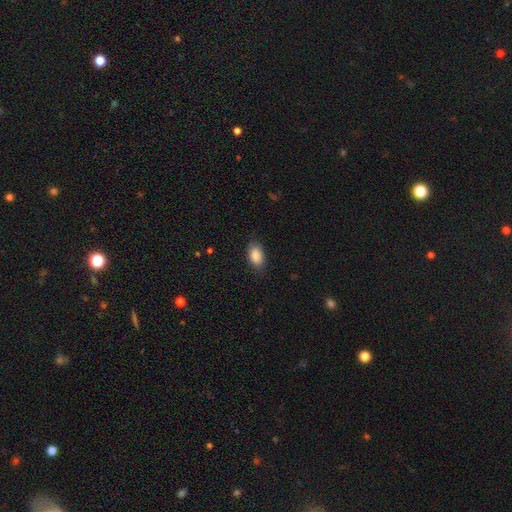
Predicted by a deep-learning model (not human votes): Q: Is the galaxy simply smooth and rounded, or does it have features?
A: smooth — 88%.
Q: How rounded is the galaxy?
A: in between — 92%.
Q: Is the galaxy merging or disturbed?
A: none — 82%.